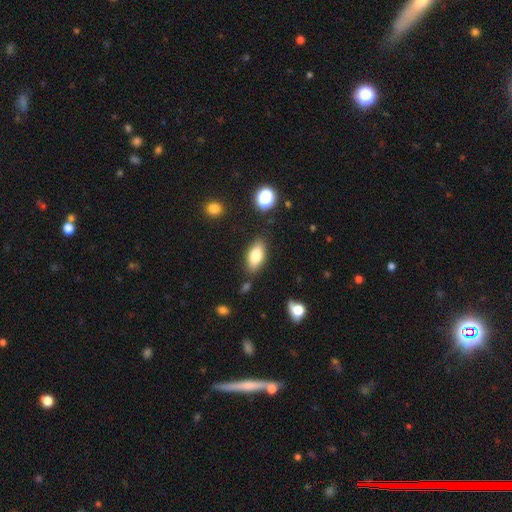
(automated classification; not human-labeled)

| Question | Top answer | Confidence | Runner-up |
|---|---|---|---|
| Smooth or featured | smooth | 76% | featured or disk (16%) |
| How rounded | in between | 86% | cigar-shaped (10%) |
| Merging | none | 83% | minor disturbance (11%) |